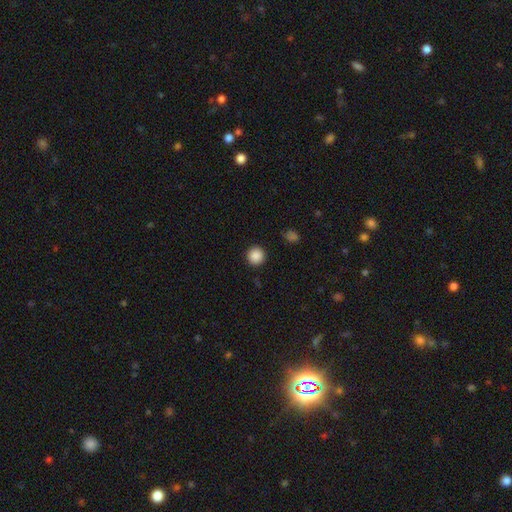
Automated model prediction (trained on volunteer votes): This appears to be a smooth galaxy with no disk features (88%) that is round (95%). Merging: none (92%).